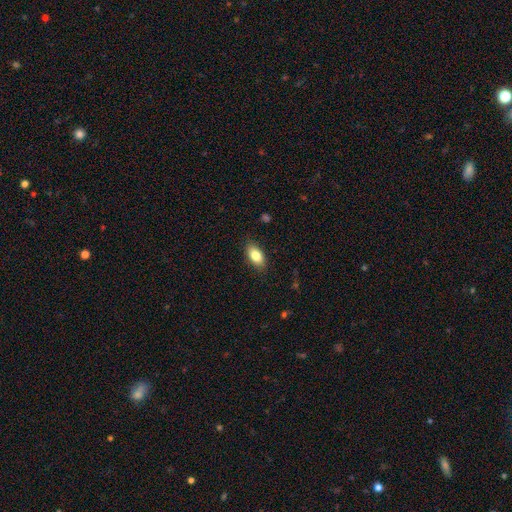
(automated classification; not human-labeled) smooth-or-featured: smooth: 83% | featured or disk: 10% | star or artifact: 7%
  how-rounded: in between: 90% | cigar-shaped: 5% | round: 5%
  merging: none: 86% | minor disturbance: 10% | major disturbance: 2% | merger: 1%